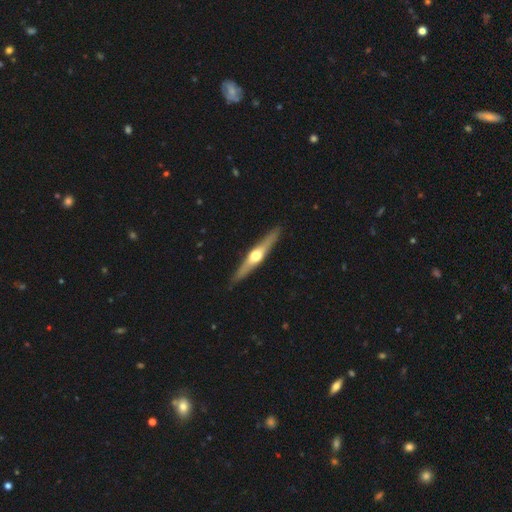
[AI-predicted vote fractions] smooth-or-featured: featured or disk: 70% | smooth: 25% | star or artifact: 5%
  disk-edge-on: yes: 97% | no: 3%
    edge-on-bulge: rounded: 94% | none: 3% | boxy: 3%
  merging: none: 91% | minor disturbance: 7% | major disturbance: 1% | merger: 1%